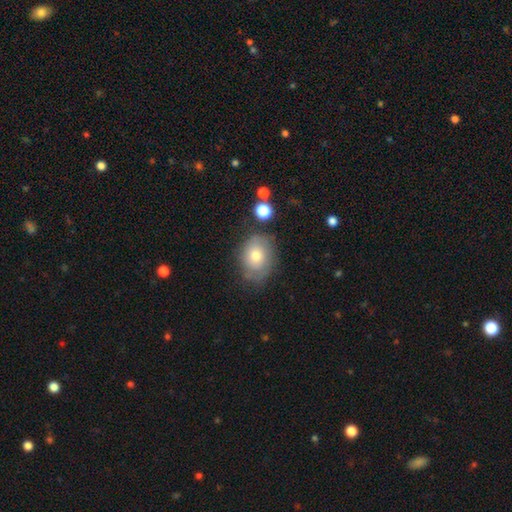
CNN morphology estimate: A smooth galaxy with no disk features (70%) that is in between round and cigar-shaped (60%).

Vote fractions:
- Smooth or featured? smooth: 70% / featured or disk: 21% / star or artifact: 9%
- How rounded? in between: 60% / round: 39% / cigar-shaped: 1%
- Merging? none: 66% / minor disturbance: 24% / major disturbance: 7% / merger: 4%